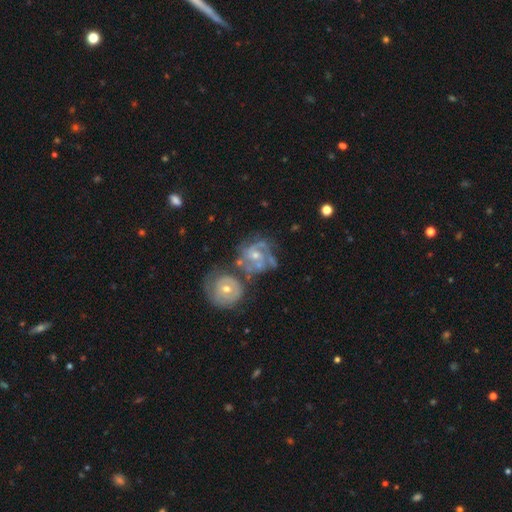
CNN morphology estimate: A featured or disk galaxy (80%) with no bar (69%), 2 (36%) tight (46%) spiral arms (89%) and a moderate central bulge (58%).

Vote fractions:
- Smooth or featured? featured or disk: 80% / smooth: 14% / star or artifact: 6%
- Edge-on disk? no: 98% / yes: 2%
- Bar? no: 69% / weak: 26% / strong: 6%
- Spiral arms? yes: 89% / no: 11%
- Spiral winding? tight: 46% / medium: 41% / loose: 12%
- Spiral arm count? 2: 36% / 3: 27% / can't tell: 22% / 1: 8% / 4: 4% / more than 4: 3%
- Bulge size? moderate: 58% / small: 35% / large: 3% / none: 2% / dominant: 1%
- Merging? none: 40% / merger: 25% / minor disturbance: 18% / major disturbance: 17%